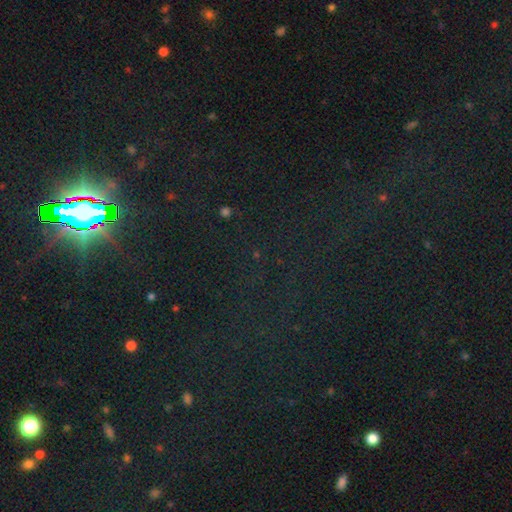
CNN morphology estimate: star or artifact 83%, smooth 10%, featured or disk 6%.